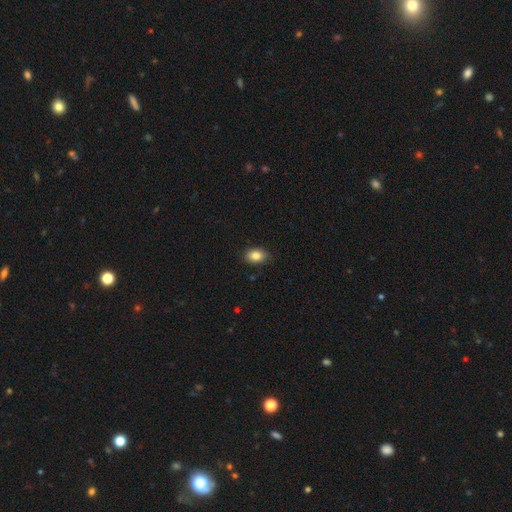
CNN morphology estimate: A smooth galaxy with no disk features (86%) that is in between round and cigar-shaped (82%).

Vote fractions:
- Smooth or featured? smooth: 86% / star or artifact: 8% / featured or disk: 6%
- How rounded? in between: 82% / round: 17% / cigar-shaped: 1%
- Merging? none: 84% / minor disturbance: 13% / major disturbance: 2% / merger: 1%